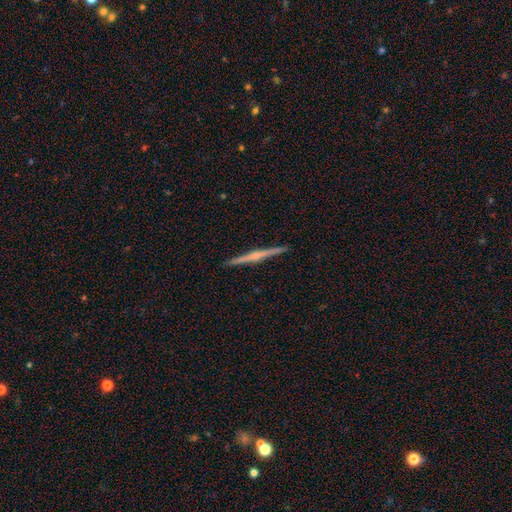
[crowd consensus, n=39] smooth-or-featured: featured or disk: 92% | star or artifact: 5% | smooth: 3%
  disk-edge-on: yes: 100% | no: 0%
    edge-on-bulge: rounded: 89% | boxy: 11% | none: 0%
  merging: none: 100% | minor disturbance: 0% | major disturbance: 0% | merger: 0%